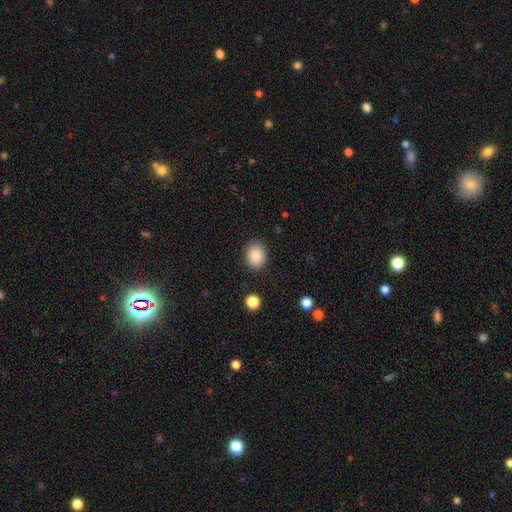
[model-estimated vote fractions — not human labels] The model was most divided on "how rounded": in between: 55%, round: 44%, cigar-shaped: 1%. More confident: merging — none (87%); smooth or featured — smooth (86%).